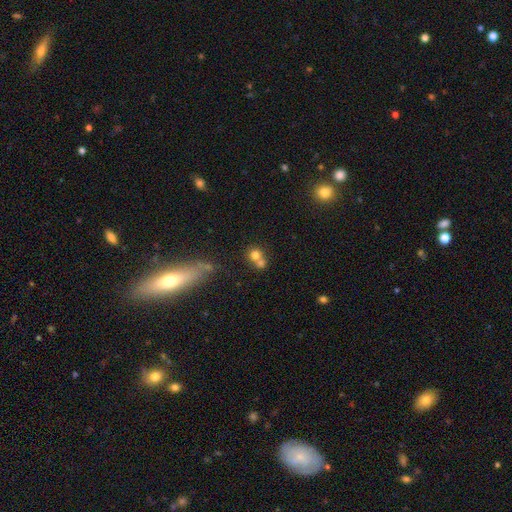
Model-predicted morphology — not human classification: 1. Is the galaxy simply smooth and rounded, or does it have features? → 71% smooth, 16% featured or disk, 13% star or artifact.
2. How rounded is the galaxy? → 81% round, 18% in between, 1% cigar-shaped.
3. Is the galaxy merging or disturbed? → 53% merger, 36% none, 7% minor disturbance, 4% major disturbance.